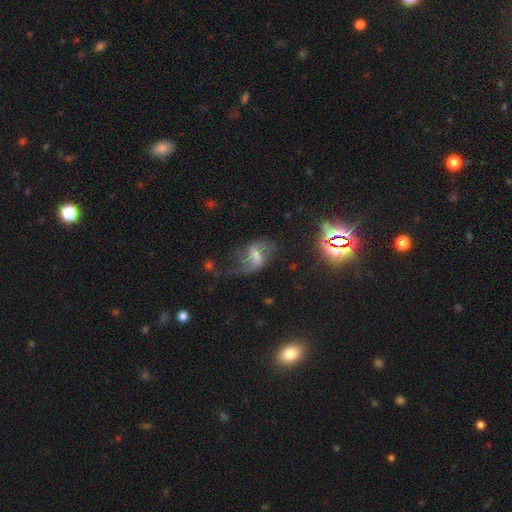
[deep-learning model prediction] Smooth or featured? featured or disk (69%)
Edge-on disk? no (96%)
Bar? weak (51%)
Spiral arms? yes (90%)
Spiral winding? loose (73%)
Spiral arm count? 2 (87%)
Bulge size? moderate (39%)
Merging? none (53%)